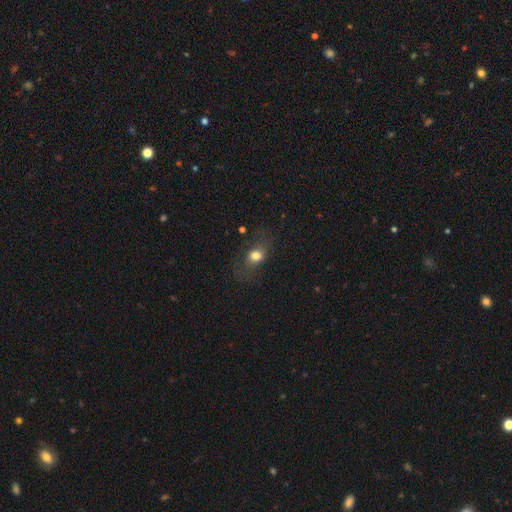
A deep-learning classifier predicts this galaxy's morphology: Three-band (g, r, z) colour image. It shows a smooth galaxy with no disk features (72%) that is in between round and cigar-shaped (57%). Merging: none (66%).